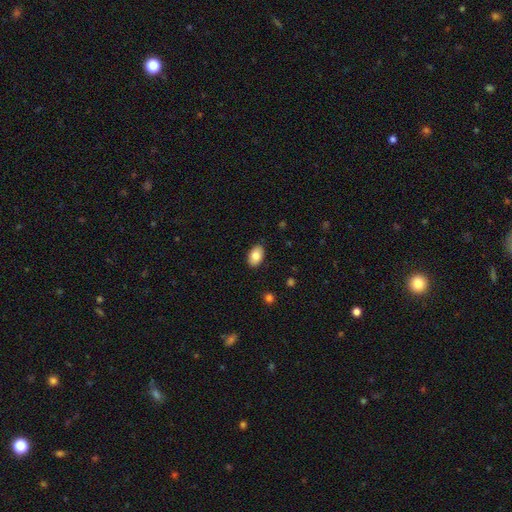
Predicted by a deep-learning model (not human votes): Morphology: type=smooth (84%); roundness=in between (92%); merging=none (88%).